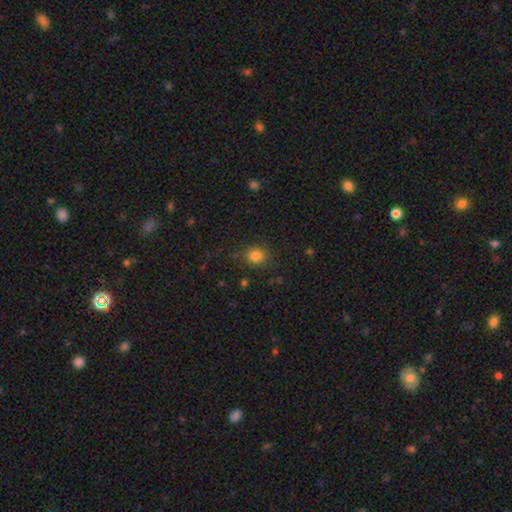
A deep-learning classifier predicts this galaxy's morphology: Q: Smooth or featured?
A: smooth (82%); runner-up: star or artifact (12%)
Q: How rounded?
A: round (72%); runner-up: in between (27%)
Q: Merging?
A: none (84%); runner-up: minor disturbance (11%)